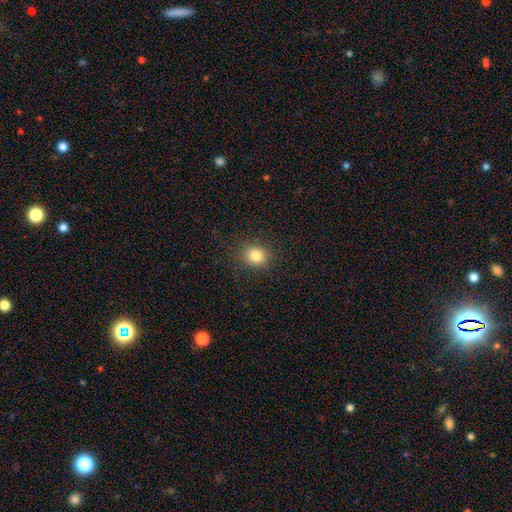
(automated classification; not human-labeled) Smooth or featured: smooth — 83% (star or artifact — 11%)
How rounded: round — 65% (in between — 34%)
Merging: none — 87% (minor disturbance — 9%)